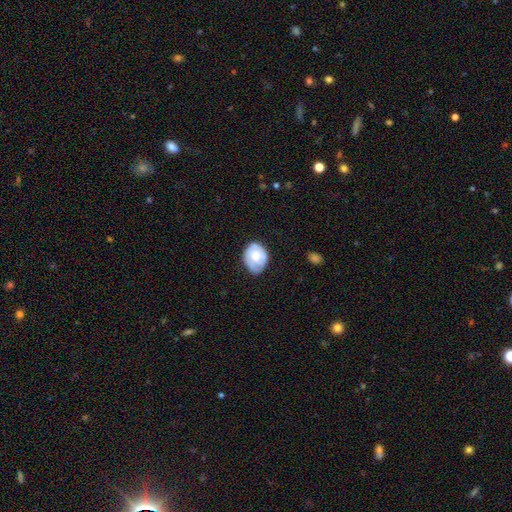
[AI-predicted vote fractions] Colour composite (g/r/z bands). It shows a smooth galaxy with no disk features (55%) that is in between round and cigar-shaped (59%). Merging: none (63%).